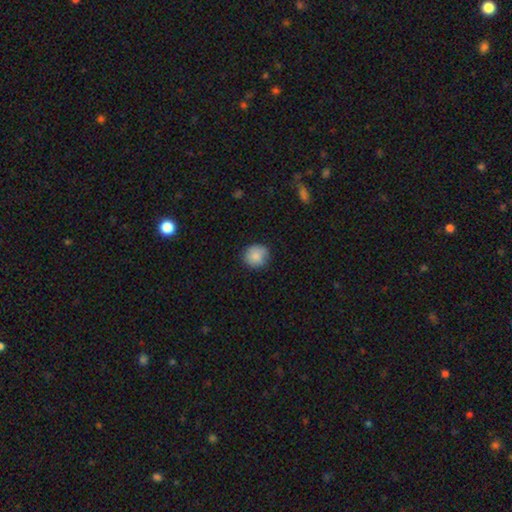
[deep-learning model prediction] smooth 86%, star or artifact 8%, featured or disk 7%. Down the decision tree: how rounded — round (88%); merging — none (82%).